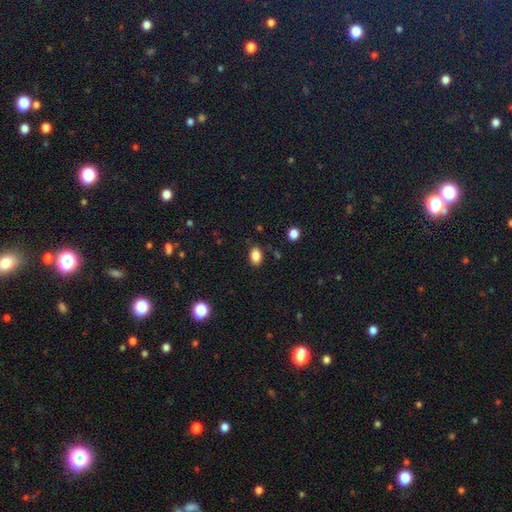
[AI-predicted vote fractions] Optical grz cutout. It shows a smooth galaxy with no disk features (86%) that is in between round and cigar-shaped (83%). Merging: none (84%).